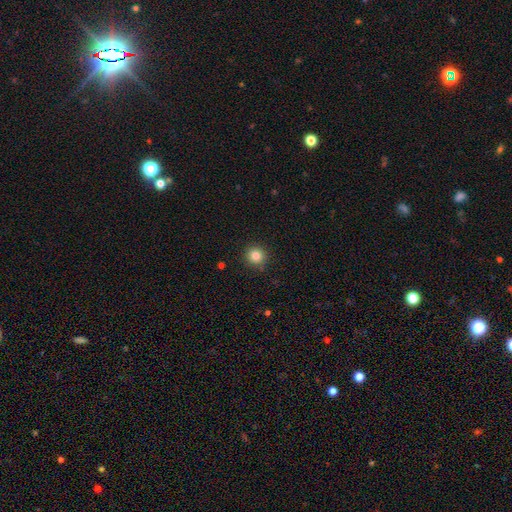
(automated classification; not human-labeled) Morphology: type=smooth (84%); roundness=round (93%); merging=none (90%).